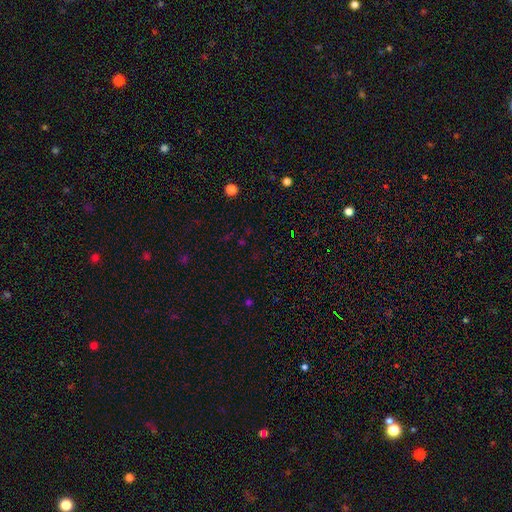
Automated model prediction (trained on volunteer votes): Q: Smooth or featured?
A: star or artifact (61%); runner-up: smooth (31%)